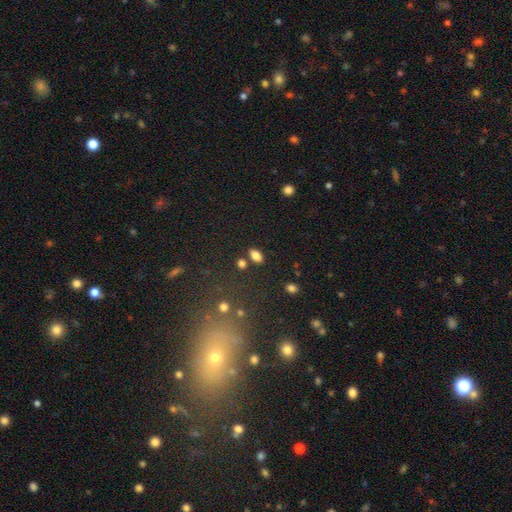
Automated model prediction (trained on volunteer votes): Smooth or featured: smooth — 82% (star or artifact — 11%)
How rounded: in between — 90% (round — 7%)
Merging: none — 79% (minor disturbance — 11%)